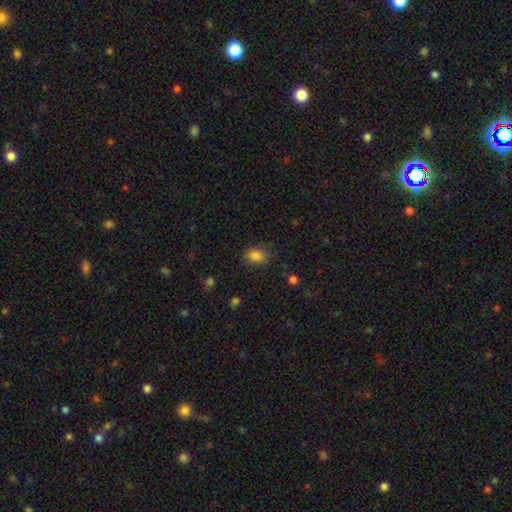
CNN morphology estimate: Smooth or featured?
  - smooth: 85% *
  - star or artifact: 10%
  - featured or disk: 5%
How rounded?
  - in between: 74% *
  - round: 25%
  - cigar-shaped: 1%
Merging?
  - none: 82% *
  - minor disturbance: 13%
  - major disturbance: 4%
  - merger: 1%